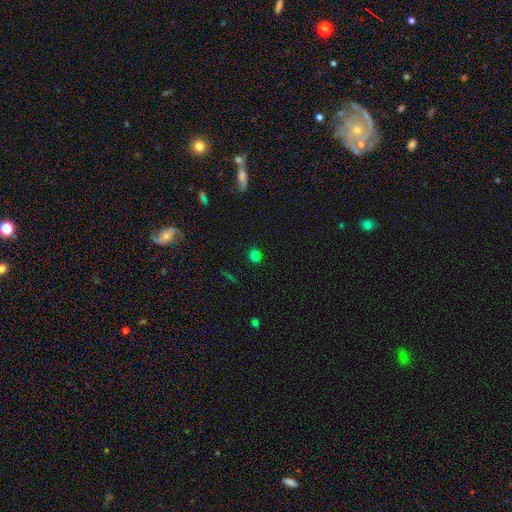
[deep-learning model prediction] A smooth galaxy with no disk features (75%) that is in between round and cigar-shaped (59%). Merging: none (85%).